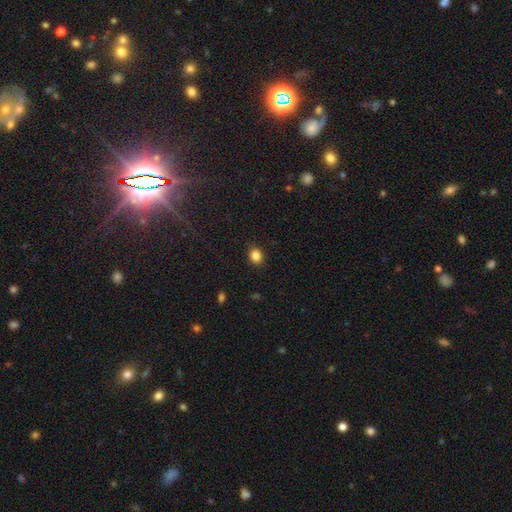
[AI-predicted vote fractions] Morphology: type=smooth (85%); roundness=round (66%); merging=none (89%).